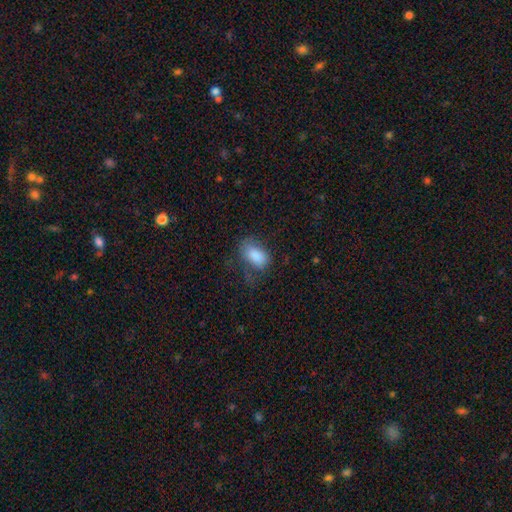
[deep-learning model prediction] This is clearly a smooth galaxy (81%). How rounded: clearly in between (90%). Merging: possibly none (50%).